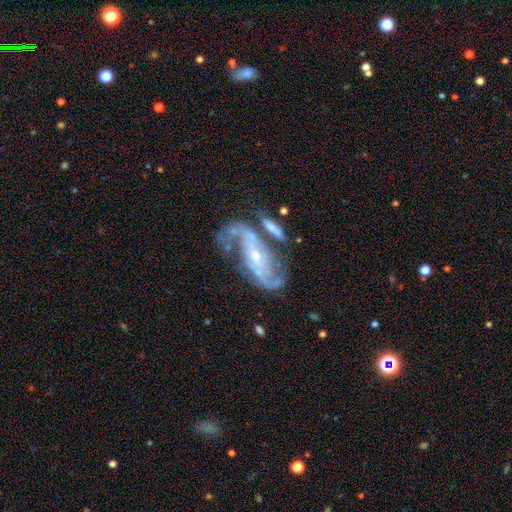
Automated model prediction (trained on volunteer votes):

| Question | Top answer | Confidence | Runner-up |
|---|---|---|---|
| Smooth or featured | featured or disk | 87% | star or artifact (6%) |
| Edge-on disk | no | 94% | yes (6%) |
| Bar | no | 45% | weak (30%) |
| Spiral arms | yes | 95% | no (5%) |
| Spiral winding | medium | 45% | loose (33%) |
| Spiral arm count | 2 | 82% | can't tell (8%) |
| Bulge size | small | 72% | moderate (23%) |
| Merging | none | 45% | merger (21%) |